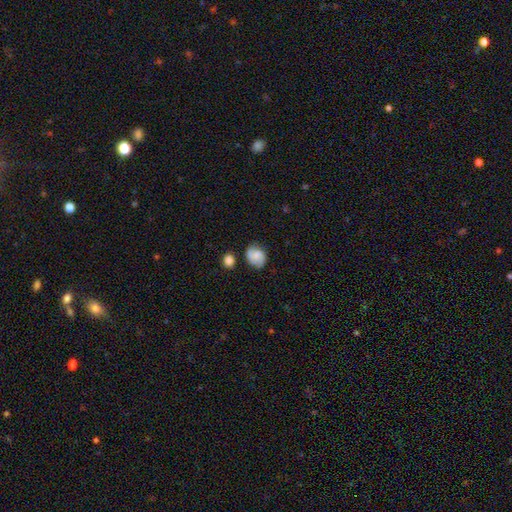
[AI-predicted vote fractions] Overall: smooth (56%; featured or disk 35%). How rounded: in between (50%; round 49%). Merging: none (62%; minor disturbance 24%).